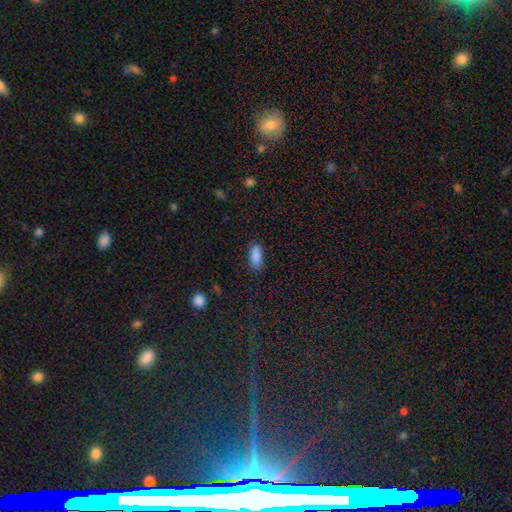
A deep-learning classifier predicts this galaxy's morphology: A smooth galaxy with no disk features (88%) that is in between round and cigar-shaped (87%). Merging: none (84%).